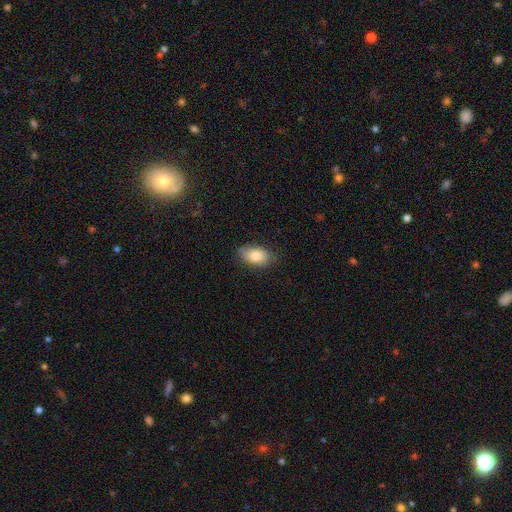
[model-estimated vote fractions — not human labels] A smooth galaxy with no disk features (82%) that is in between round and cigar-shaped (92%). Merging: none (76%).